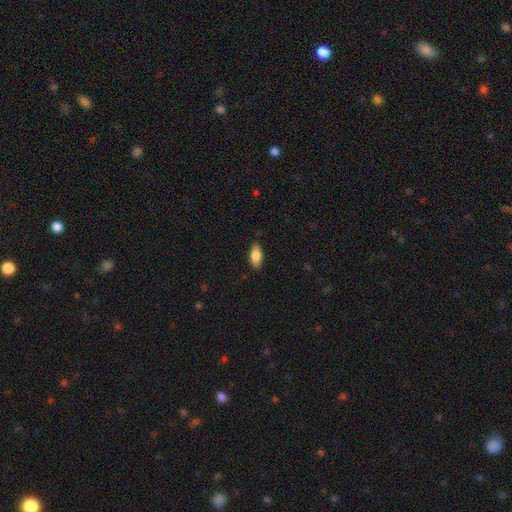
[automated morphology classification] Q: Smooth or featured?
A: smooth (83%); runner-up: featured or disk (10%)
Q: How rounded?
A: in between (86%); runner-up: cigar-shaped (11%)
Q: Merging?
A: none (87%); runner-up: minor disturbance (10%)